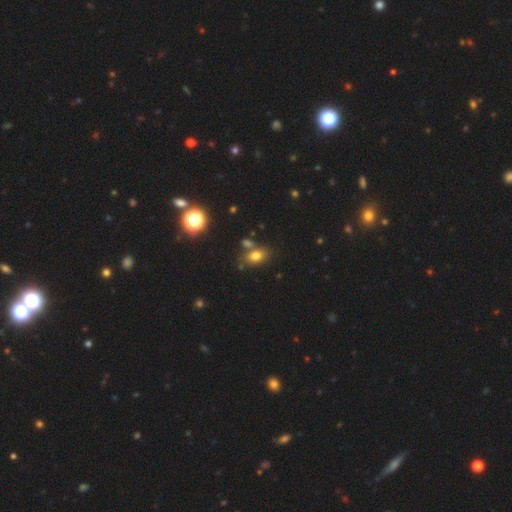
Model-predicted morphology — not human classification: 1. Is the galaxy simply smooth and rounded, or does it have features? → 75% smooth, 15% star or artifact, 10% featured or disk.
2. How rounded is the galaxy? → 77% in between, 21% round, 3% cigar-shaped.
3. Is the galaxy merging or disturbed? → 66% none, 16% merger, 13% minor disturbance, 4% major disturbance.